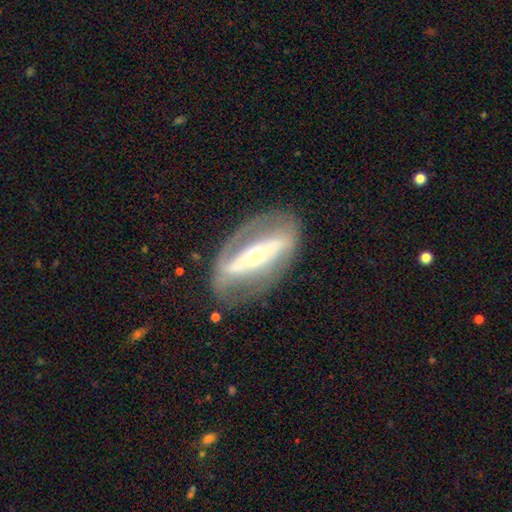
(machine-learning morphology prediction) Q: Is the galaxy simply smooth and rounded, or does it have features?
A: featured or disk — 81%.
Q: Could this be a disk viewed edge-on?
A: no — 81%.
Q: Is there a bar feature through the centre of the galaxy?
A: strong — 77%.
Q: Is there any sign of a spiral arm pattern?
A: yes — 59%.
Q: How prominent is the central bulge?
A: moderate — 55%.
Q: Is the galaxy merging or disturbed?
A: none — 71%.